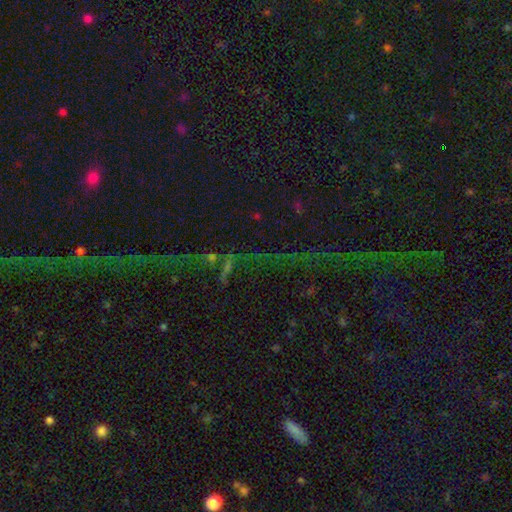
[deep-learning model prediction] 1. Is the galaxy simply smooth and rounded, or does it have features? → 79% star or artifact, 11% featured or disk, 10% smooth.